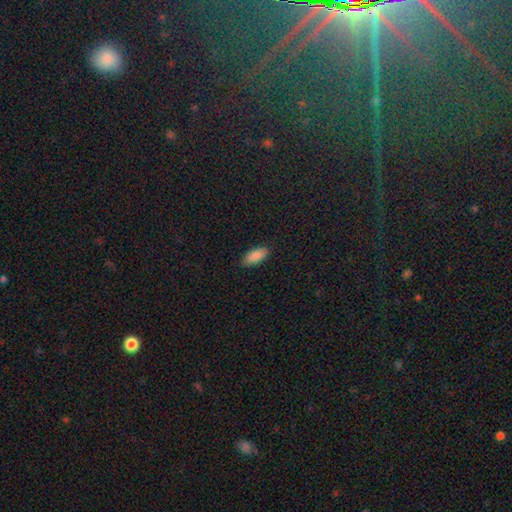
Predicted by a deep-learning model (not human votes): Smooth or featured?
  - smooth: 88% *
  - star or artifact: 7%
  - featured or disk: 5%
How rounded?
  - in between: 87% *
  - cigar-shaped: 11%
  - round: 2%
Merging?
  - none: 88% *
  - minor disturbance: 9%
  - major disturbance: 2%
  - merger: 1%